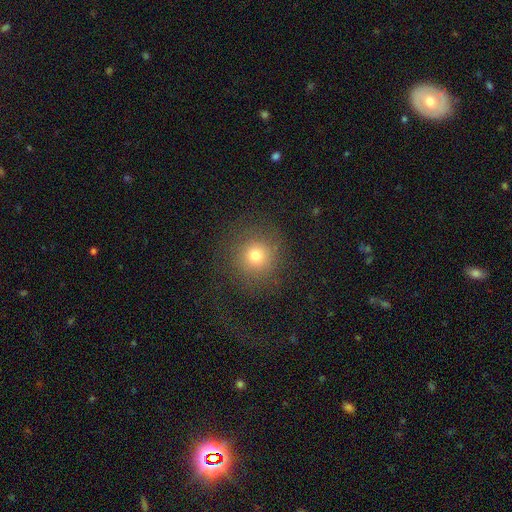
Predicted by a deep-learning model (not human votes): Morphology: type=smooth (73%); roundness=round (93%); merging=none (84%).